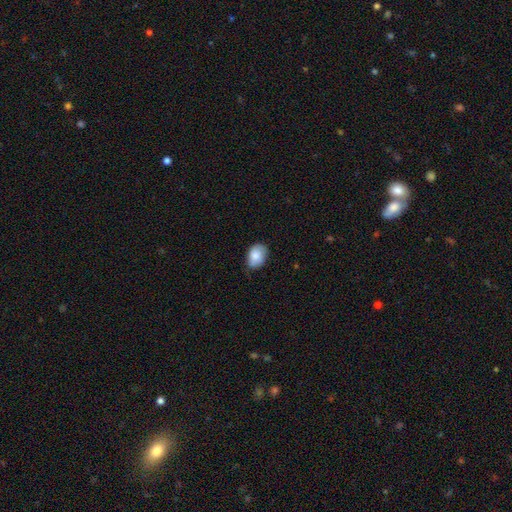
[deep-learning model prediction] Q: Smooth or featured?
A: smooth (84%); runner-up: featured or disk (9%)
Q: How rounded?
A: in between (77%); runner-up: round (22%)
Q: Merging?
A: none (67%); runner-up: minor disturbance (28%)